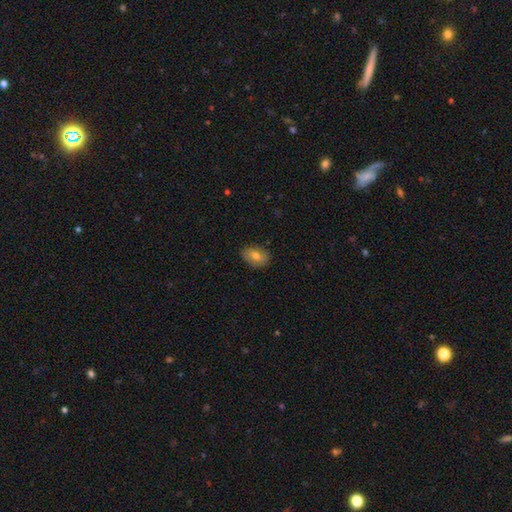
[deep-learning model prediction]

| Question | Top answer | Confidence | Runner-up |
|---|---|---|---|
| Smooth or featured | smooth | 71% | featured or disk (21%) |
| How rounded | in between | 83% | round (15%) |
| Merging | none | 83% | minor disturbance (13%) |